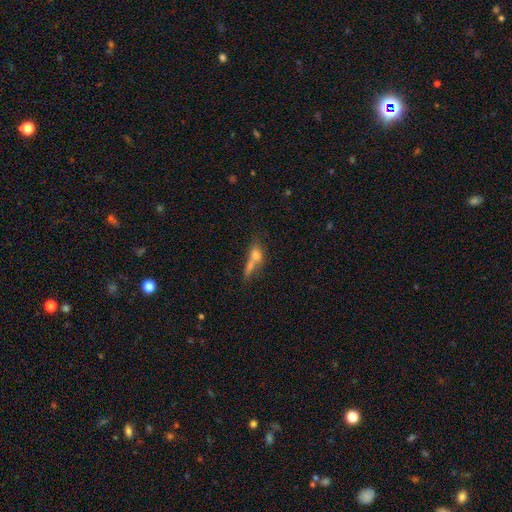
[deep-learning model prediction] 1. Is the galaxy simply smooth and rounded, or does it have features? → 65% smooth, 24% featured or disk, 11% star or artifact.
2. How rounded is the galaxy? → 52% in between, 25% round, 23% cigar-shaped.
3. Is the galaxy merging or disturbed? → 54% merger, 26% none, 11% minor disturbance, 9% major disturbance.